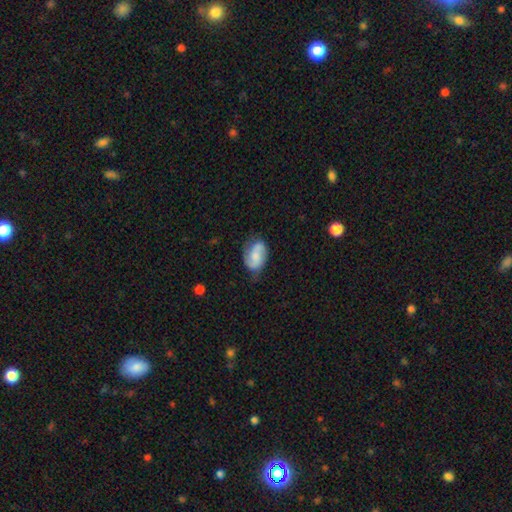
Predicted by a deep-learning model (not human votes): Overall: featured or disk (62%; smooth 31%). Edge-on disk: no (97%). Bar: no (52%; weak 38%). Spiral arms: yes (92%). Spiral arm count: 2 (87%). Spiral winding: medium (44%; loose 35%). Bulge size: small (35%; moderate 34%). Merging: none (67%).